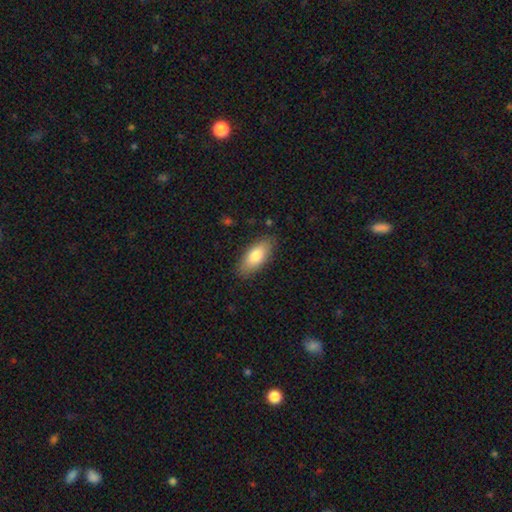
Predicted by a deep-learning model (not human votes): The model was most divided on "smooth or featured": smooth: 80%, featured or disk: 14%, star or artifact: 6%. More confident: merging — none (85%); how rounded — in between (84%).